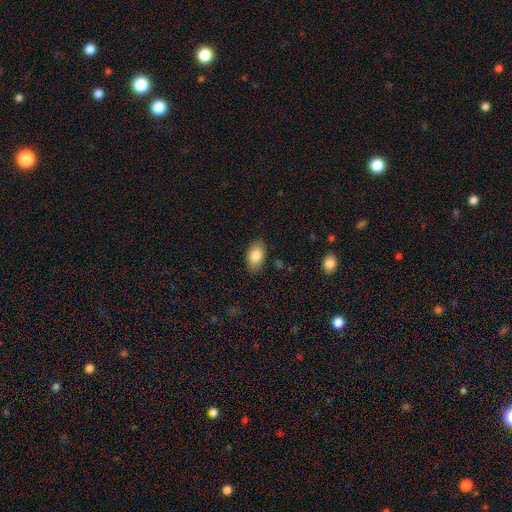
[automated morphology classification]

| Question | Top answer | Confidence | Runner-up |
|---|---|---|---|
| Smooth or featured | smooth | 83% | featured or disk (10%) |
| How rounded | in between | 92% | round (7%) |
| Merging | none | 85% | minor disturbance (11%) |